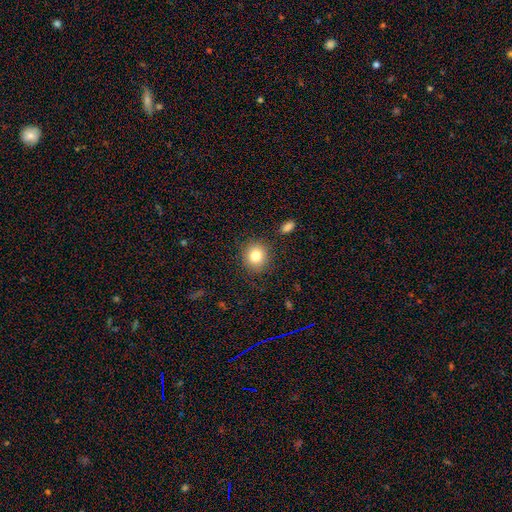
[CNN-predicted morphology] This appears to be a smooth galaxy with no disk features (82%) that is round (85%). Merging: none (88%).